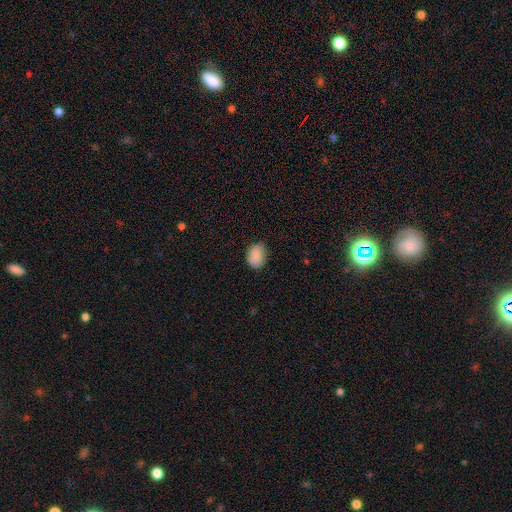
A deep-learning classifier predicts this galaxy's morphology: Smooth or featured?
  - smooth: 88% *
  - star or artifact: 8%
  - featured or disk: 4%
How rounded?
  - in between: 69% *
  - round: 30%
  - cigar-shaped: 1%
Merging?
  - none: 76% *
  - minor disturbance: 19%
  - major disturbance: 4%
  - merger: 1%